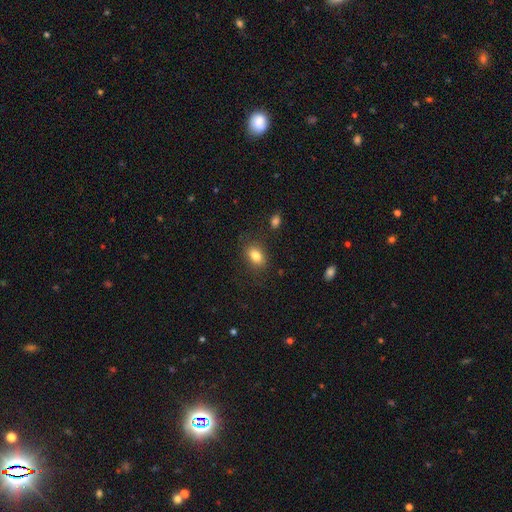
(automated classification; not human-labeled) A smooth galaxy with no disk features (83%) that is in between round and cigar-shaped (80%). Merging: none (81%).